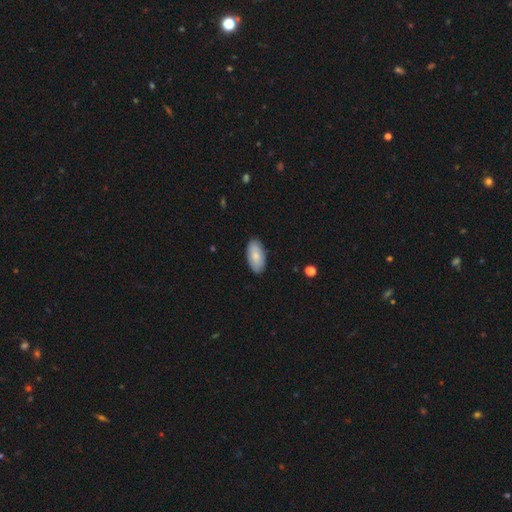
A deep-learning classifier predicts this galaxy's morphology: Overall: smooth (82%). How rounded: in between (94%). Merging: none (88%).